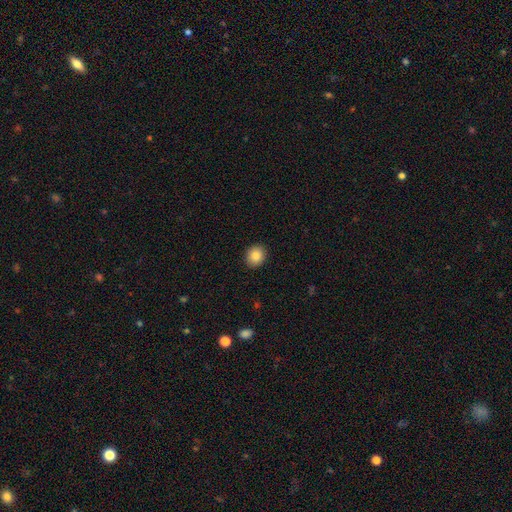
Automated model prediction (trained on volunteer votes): smooth_or_featured: smooth (p=0.86) [alt: star or artifact p=0.09]
how_rounded: round (p=0.68) [alt: in between p=0.31]
merging: none (p=0.91) [alt: minor disturbance p=0.06]